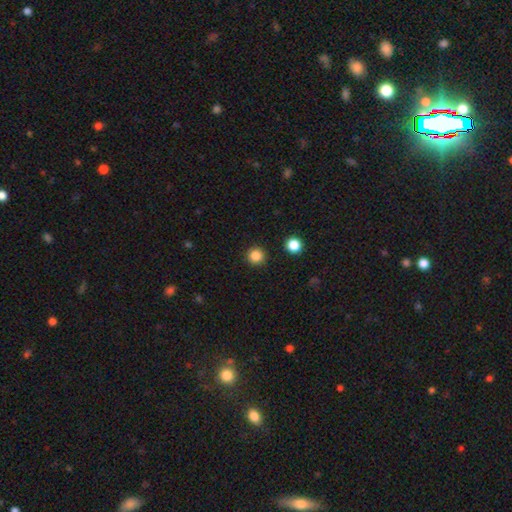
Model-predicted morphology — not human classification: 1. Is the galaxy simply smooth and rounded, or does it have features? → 85% smooth, 12% star or artifact, 3% featured or disk.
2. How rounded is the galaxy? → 95% round, 4% in between, 1% cigar-shaped.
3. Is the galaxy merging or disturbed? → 92% none, 5% minor disturbance, 2% major disturbance, 1% merger.